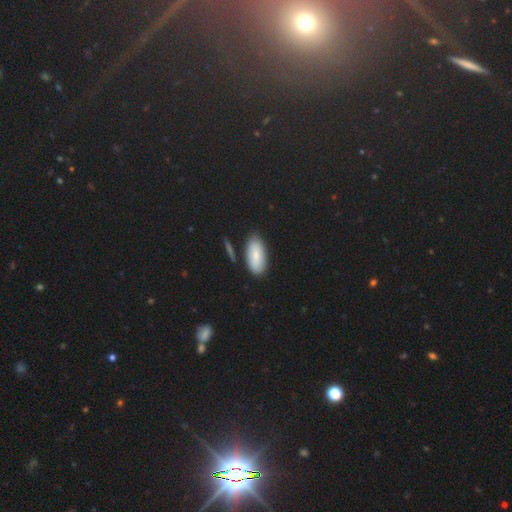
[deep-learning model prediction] Smooth or featured?
  - smooth: 81% *
  - featured or disk: 13%
  - star or artifact: 7%
How rounded?
  - in between: 89% *
  - cigar-shaped: 8%
  - round: 2%
Merging?
  - none: 80% *
  - minor disturbance: 13%
  - merger: 4%
  - major disturbance: 3%